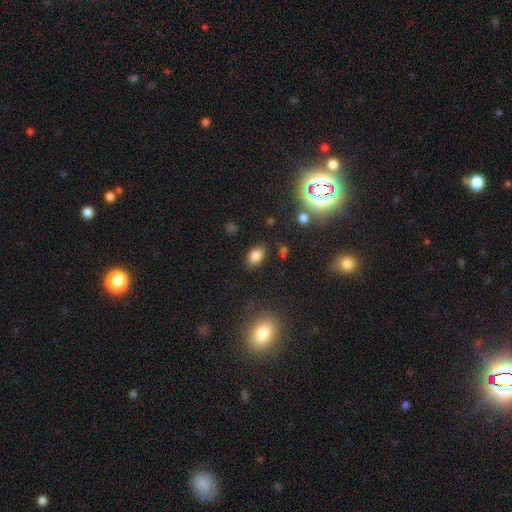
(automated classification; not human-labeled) A smooth galaxy with no disk features (80%) that is in between round and cigar-shaped (86%). Merging: none (80%).